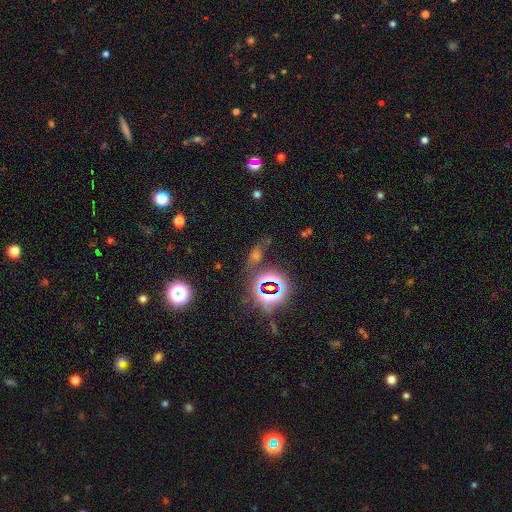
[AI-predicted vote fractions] Smooth or featured? star or artifact (54%)